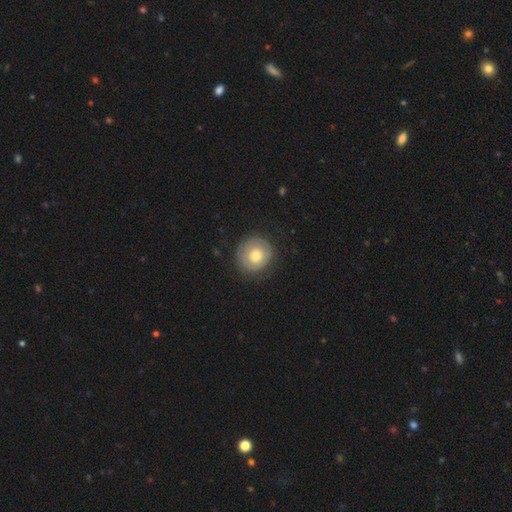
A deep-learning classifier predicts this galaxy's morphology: Q: Smooth or featured?
A: smooth (53%); runner-up: featured or disk (41%)
Q: How rounded?
A: round (91%); runner-up: in between (8%)
Q: Merging?
A: none (81%); runner-up: minor disturbance (13%)